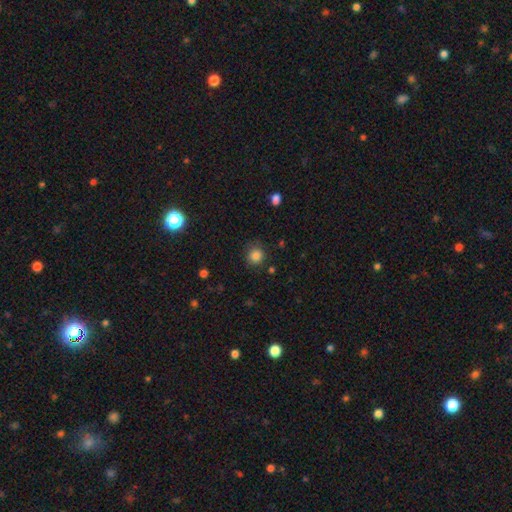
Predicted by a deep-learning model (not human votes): A smooth galaxy with no disk features (84%) that is round (88%). Merging: none (83%).